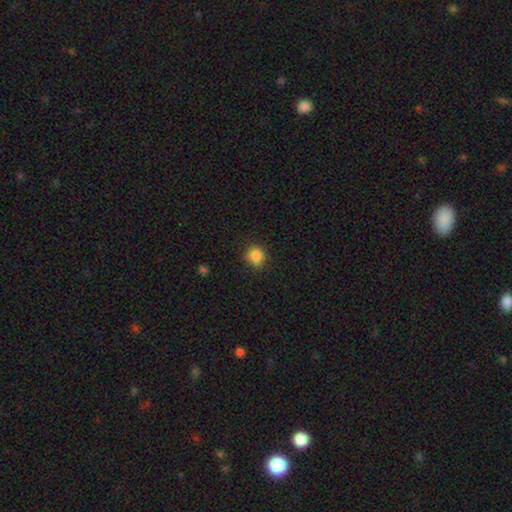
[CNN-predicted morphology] This appears to be a smooth galaxy with no disk features (86%) that is round (82%). Merging: none (81%).